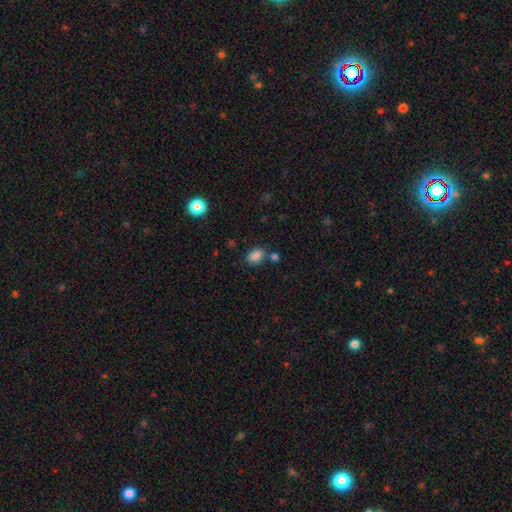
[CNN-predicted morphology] smooth 85%, star or artifact 11%, featured or disk 5%. Down the decision tree: how rounded — in between (76%); merging — none (69%).